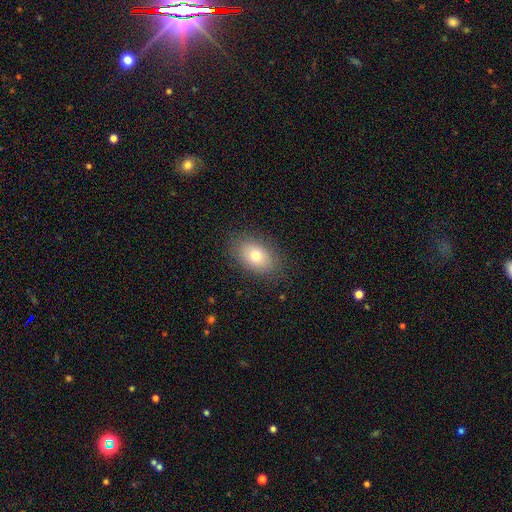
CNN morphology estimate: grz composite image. It shows a smooth galaxy with no disk features (75%) that is in between round and cigar-shaped (84%). Merging: none (86%).